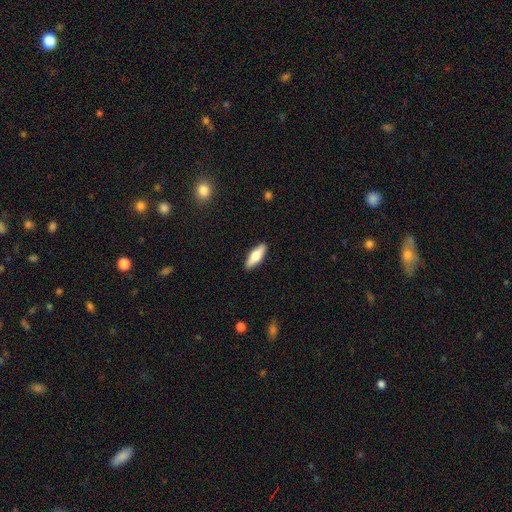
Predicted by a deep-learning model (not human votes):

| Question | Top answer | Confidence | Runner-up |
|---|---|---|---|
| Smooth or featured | smooth | 62% | featured or disk (32%) |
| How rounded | in between | 55% | cigar-shaped (42%) |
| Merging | none | 89% | minor disturbance (8%) |